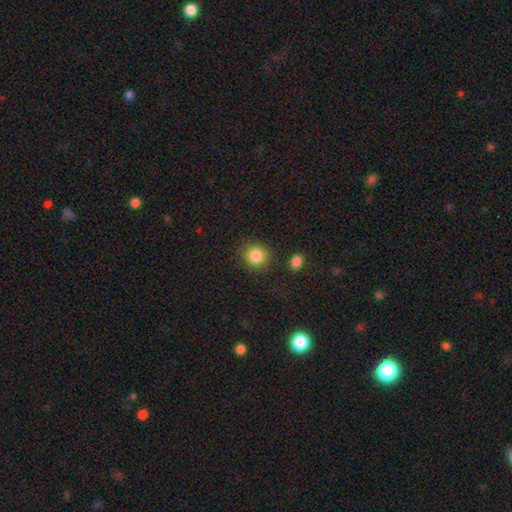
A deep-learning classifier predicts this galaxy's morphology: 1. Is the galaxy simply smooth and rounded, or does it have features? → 86% smooth, 9% star or artifact, 5% featured or disk.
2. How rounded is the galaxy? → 85% round, 14% in between, 1% cigar-shaped.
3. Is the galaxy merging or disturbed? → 84% none, 10% minor disturbance, 3% major disturbance, 3% merger.